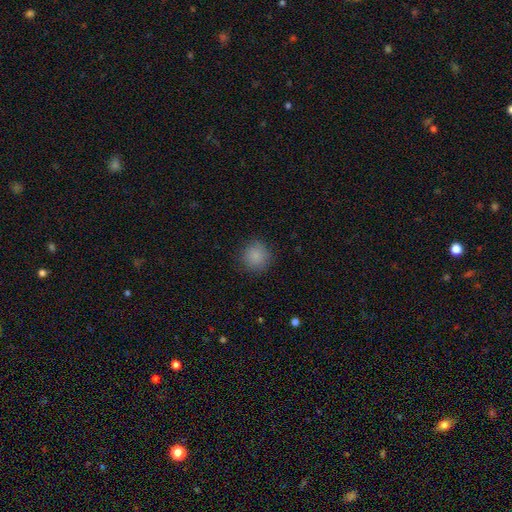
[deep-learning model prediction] Overall: smooth (85%). How rounded: round (93%). Merging: none (86%).